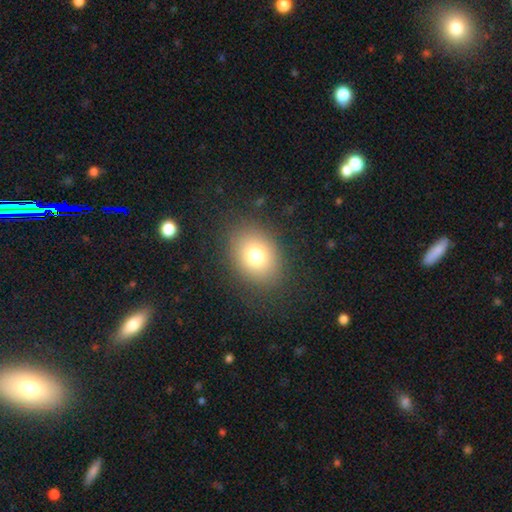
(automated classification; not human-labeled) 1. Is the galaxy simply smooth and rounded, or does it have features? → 75% smooth, 13% star or artifact, 12% featured or disk.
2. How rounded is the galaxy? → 55% in between, 44% round, 1% cigar-shaped.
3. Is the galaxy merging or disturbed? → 84% none, 10% minor disturbance, 5% major disturbance, 1% merger.